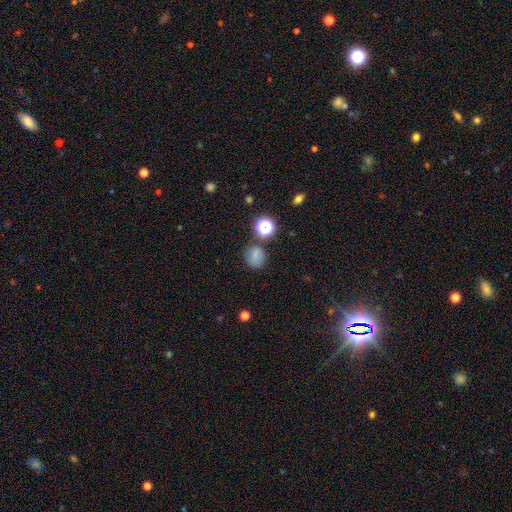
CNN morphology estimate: A smooth galaxy with no disk features (74%) that is round (73%).

Vote fractions:
- Smooth or featured? smooth: 74% / star or artifact: 18% / featured or disk: 8%
- How rounded? round: 73% / in between: 26% / cigar-shaped: 1%
- Merging? none: 72% / minor disturbance: 15% / merger: 7% / major disturbance: 5%